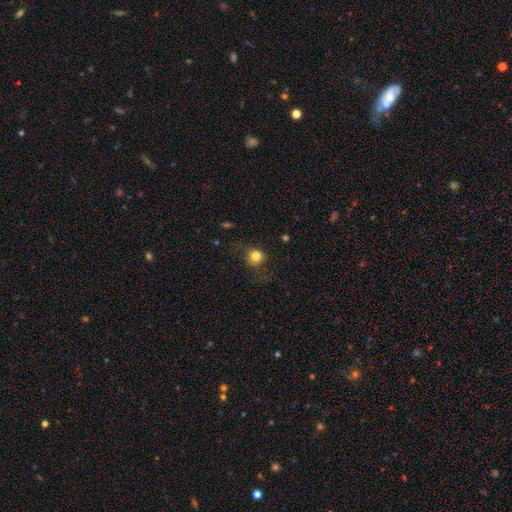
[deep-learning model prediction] smooth 80%, star or artifact 11%, featured or disk 8%. Down the decision tree: how rounded — round (88%); merging — none (74%).